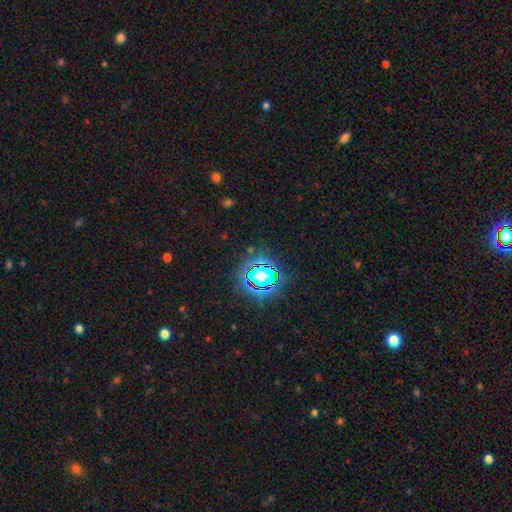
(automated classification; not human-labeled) Smooth or featured: star or artifact — 79% (smooth — 14%)